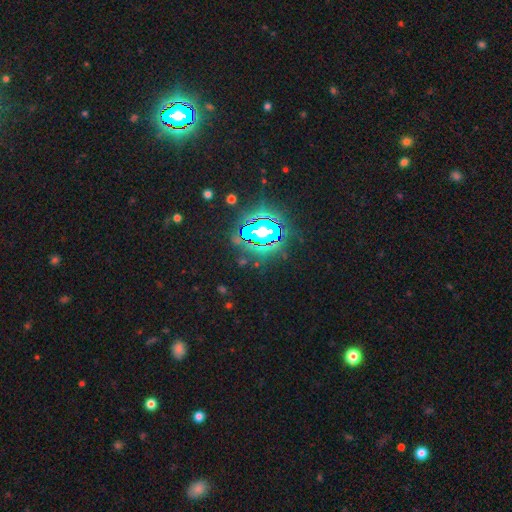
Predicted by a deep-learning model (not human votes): Smooth or featured?
  - star or artifact: 81% *
  - smooth: 11%
  - featured or disk: 8%